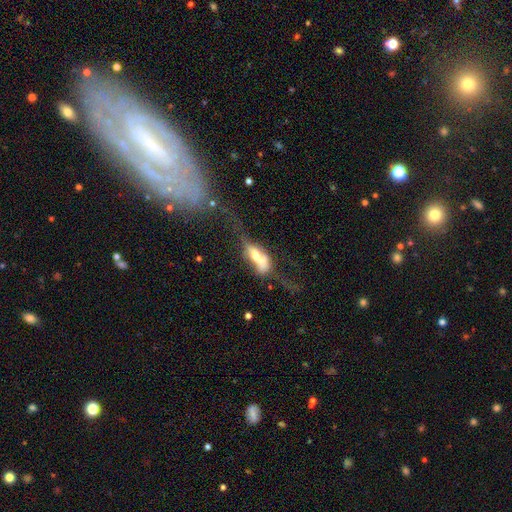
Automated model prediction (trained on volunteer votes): A featured or disk galaxy (51%).

Vote fractions:
- Smooth or featured? featured or disk: 51% / smooth: 38% / star or artifact: 11%
- Edge-on disk? no: 74% / yes: 26%
- Merging? merger: 65% / major disturbance: 18% / none: 10% / minor disturbance: 7%